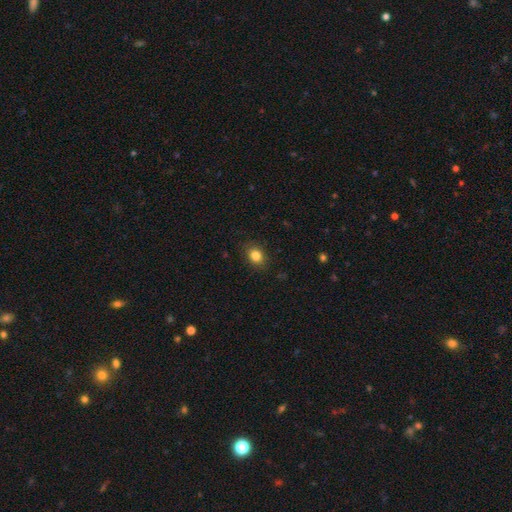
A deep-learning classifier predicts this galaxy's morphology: This is clearly a smooth galaxy (84%). How rounded: possibly in between (52%). Merging: clearly none (86%).